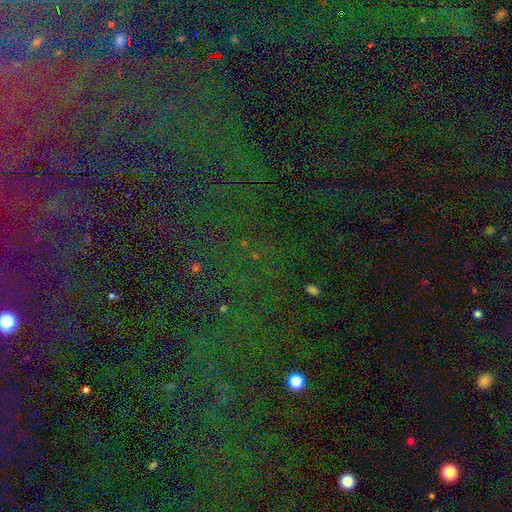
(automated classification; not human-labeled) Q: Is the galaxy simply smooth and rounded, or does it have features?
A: star or artifact — 81%.